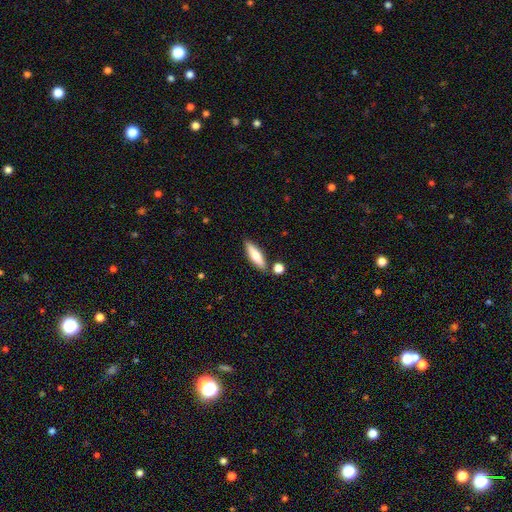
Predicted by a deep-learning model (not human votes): smooth_or_featured: smooth (p=0.65) [alt: featured or disk p=0.29]
how_rounded: cigar-shaped (p=0.60) [alt: in between p=0.37]
merging: none (p=0.81) [alt: minor disturbance p=0.10]